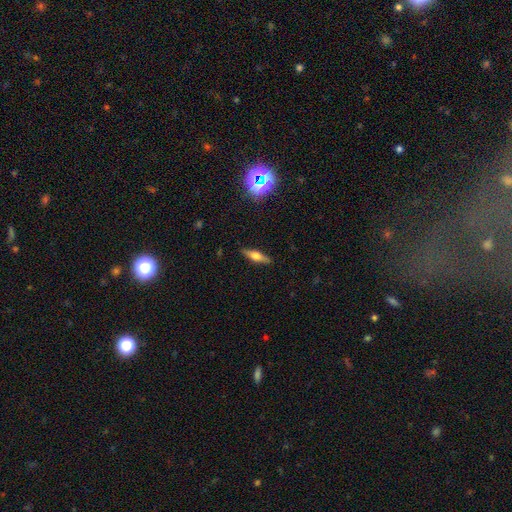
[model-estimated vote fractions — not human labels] smooth_or_featured: smooth (p=0.47) [alt: featured or disk p=0.43]
merging: none (p=0.88) [alt: minor disturbance p=0.09]